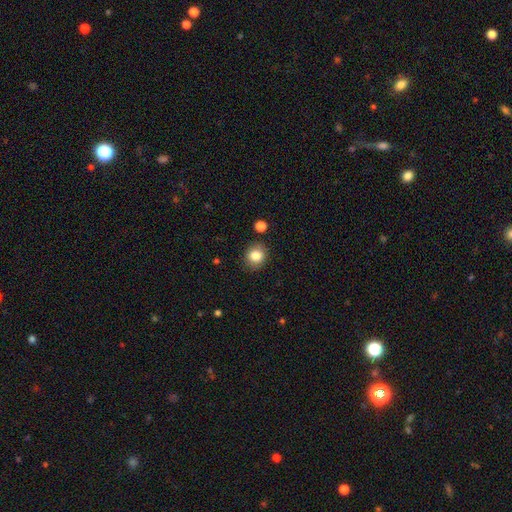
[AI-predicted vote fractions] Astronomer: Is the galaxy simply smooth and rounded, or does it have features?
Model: smooth — 84%.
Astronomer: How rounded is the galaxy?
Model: round — 81%.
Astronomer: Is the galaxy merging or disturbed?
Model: none — 85%.